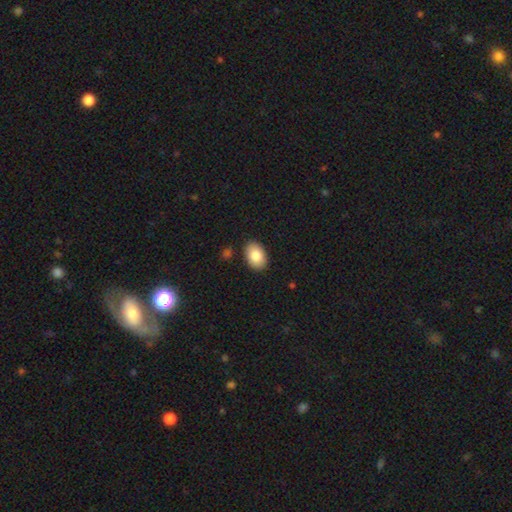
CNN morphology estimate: A smooth galaxy with no disk features (85%) that is in between round and cigar-shaped (86%).

Vote fractions:
- Smooth or featured? smooth: 85% / featured or disk: 8% / star or artifact: 7%
- How rounded? in between: 86% / round: 13% / cigar-shaped: 1%
- Merging? none: 87% / minor disturbance: 9% / merger: 2% / major disturbance: 2%